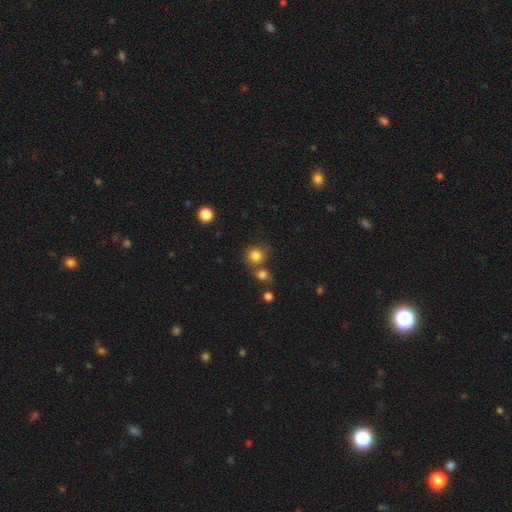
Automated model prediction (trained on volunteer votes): A smooth galaxy with no disk features (82%) that is round (88%). Merging: none (60%).